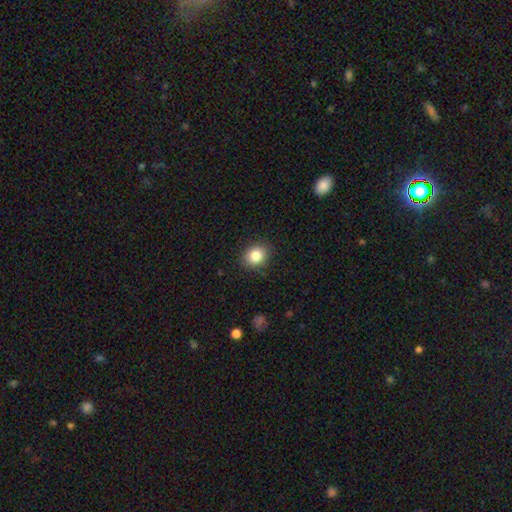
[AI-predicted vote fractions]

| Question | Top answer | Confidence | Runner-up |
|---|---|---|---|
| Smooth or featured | smooth | 84% | star or artifact (10%) |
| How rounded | round | 67% | in between (33%) |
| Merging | none | 87% | minor disturbance (9%) |